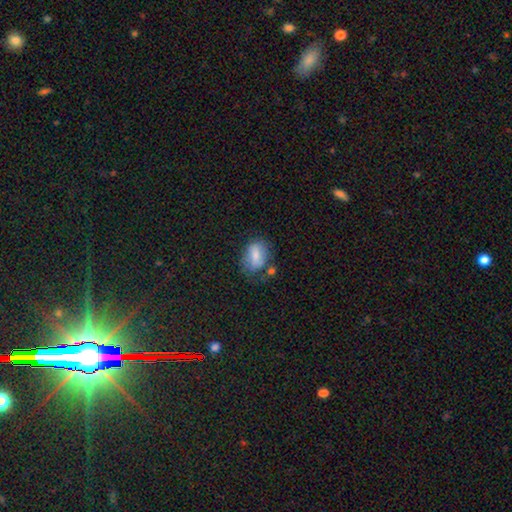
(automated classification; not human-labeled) smooth_or_featured: smooth (p=0.72) [alt: featured or disk p=0.20]
how_rounded: in between (p=0.78) [alt: round p=0.20]
merging: none (p=0.47) [alt: minor disturbance p=0.28]